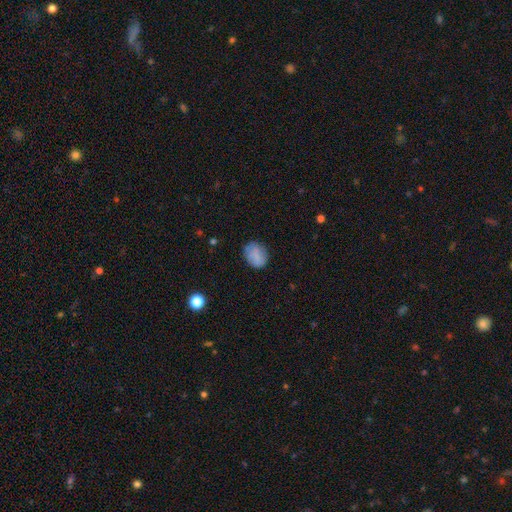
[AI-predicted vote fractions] Q: Smooth or featured?
A: smooth (77%); runner-up: featured or disk (15%)
Q: How rounded?
A: in between (52%); runner-up: round (47%)
Q: Merging?
A: none (74%); runner-up: minor disturbance (19%)